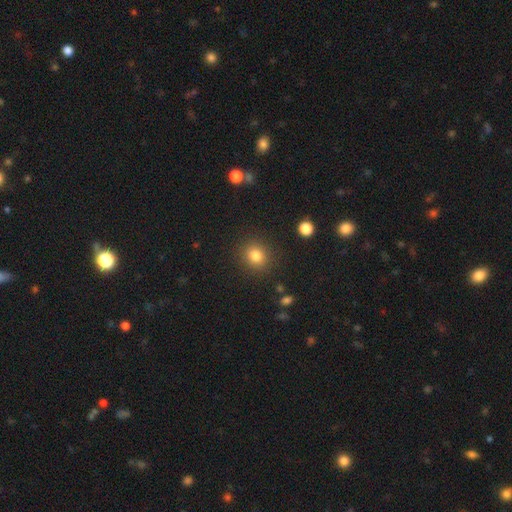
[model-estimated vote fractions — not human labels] smooth 82%, star or artifact 12%, featured or disk 6%. Down the decision tree: how rounded — round (81%); merging — none (88%).